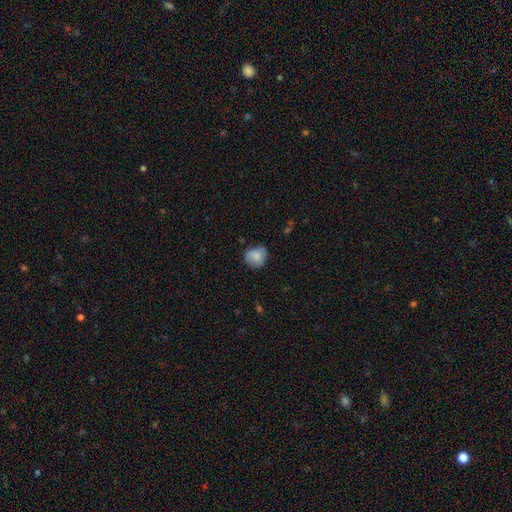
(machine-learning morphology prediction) A smooth galaxy with no disk features (83%) that is round (79%). Merging: none (64%).